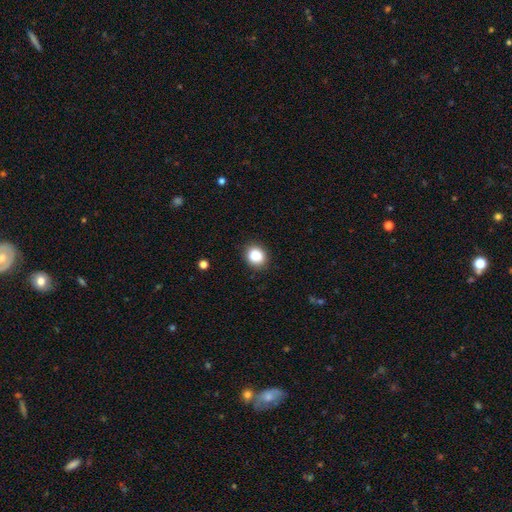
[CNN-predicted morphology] This is clearly a smooth galaxy (88%). How rounded: likely round (76%). Merging: clearly none (88%).